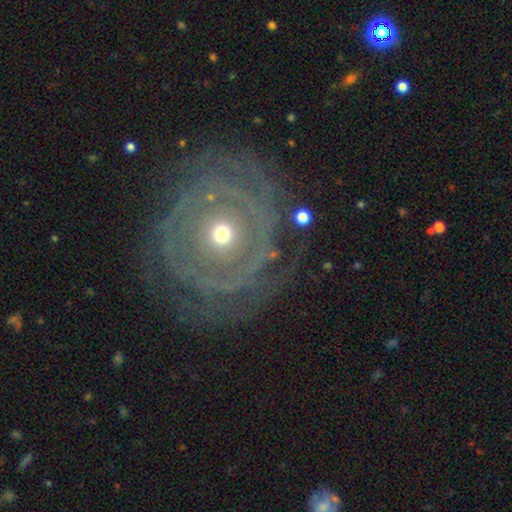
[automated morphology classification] smooth_or_featured: featured or disk (p=0.83) [alt: smooth p=0.10]
disk_edge_on: no (p=0.96) [alt: yes p=0.04]
bar: no (p=0.83) [alt: weak p=0.11]
has_spiral_arms: yes (p=0.83) [alt: no p=0.17]
spiral_winding: tight (p=0.84) [alt: medium p=0.12]
spiral_arm_count: can't tell (p=0.38) [alt: 2 p=0.20]
bulge_size: moderate (p=0.50) [alt: small p=0.46]
merging: none (p=0.79) [alt: minor disturbance p=0.13]